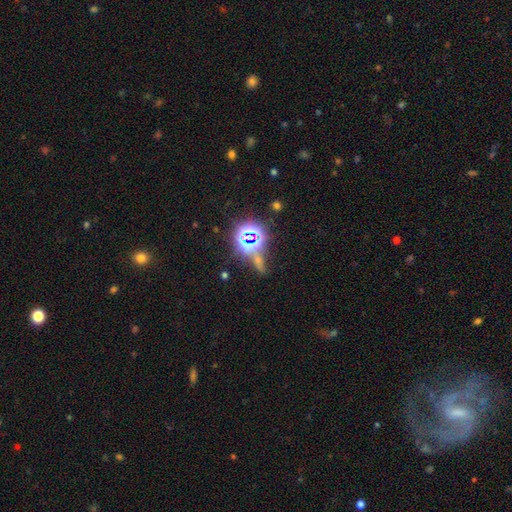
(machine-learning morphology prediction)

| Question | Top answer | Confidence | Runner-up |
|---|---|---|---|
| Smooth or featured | star or artifact | 77% | smooth (13%) |